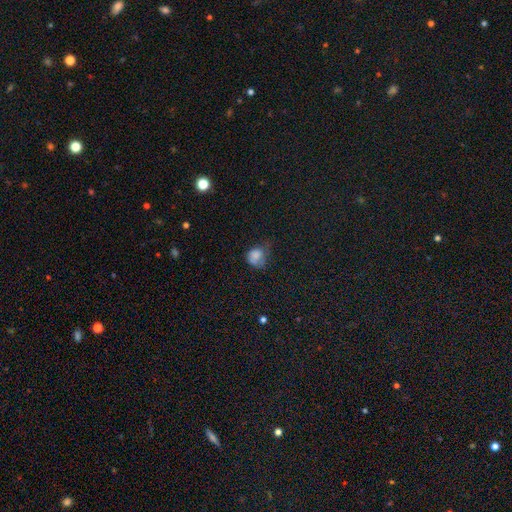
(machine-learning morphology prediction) Smooth or featured? Predicted: smooth (p=0.79). How rounded? Predicted: round (p=0.63). Merging? Predicted: minor disturbance (p=0.38).